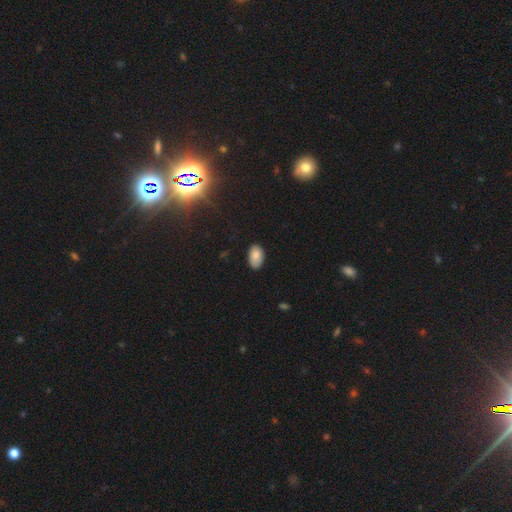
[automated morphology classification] Smooth or featured?
  - smooth: 84% *
  - star or artifact: 9%
  - featured or disk: 8%
How rounded?
  - in between: 93% *
  - round: 6%
  - cigar-shaped: 1%
Merging?
  - none: 81% *
  - minor disturbance: 15%
  - major disturbance: 2%
  - merger: 1%